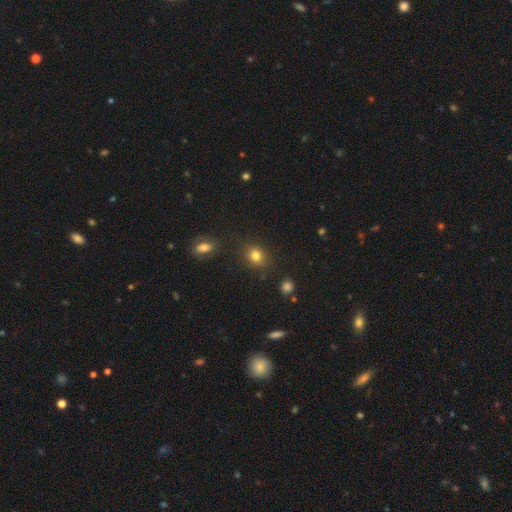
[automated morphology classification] The model was most divided on "how rounded": round: 73%, in between: 26%, cigar-shaped: 1%. More confident: merging — none (85%); smooth or featured — smooth (82%).